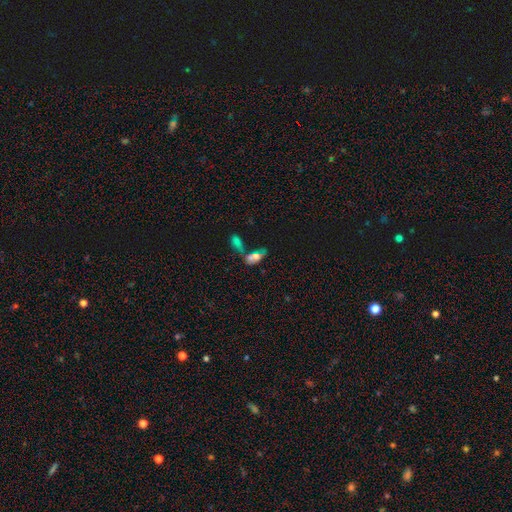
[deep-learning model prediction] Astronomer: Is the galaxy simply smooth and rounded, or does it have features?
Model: smooth — 64%.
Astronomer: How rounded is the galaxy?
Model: in between — 85%.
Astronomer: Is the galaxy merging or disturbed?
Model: merger — 52%.